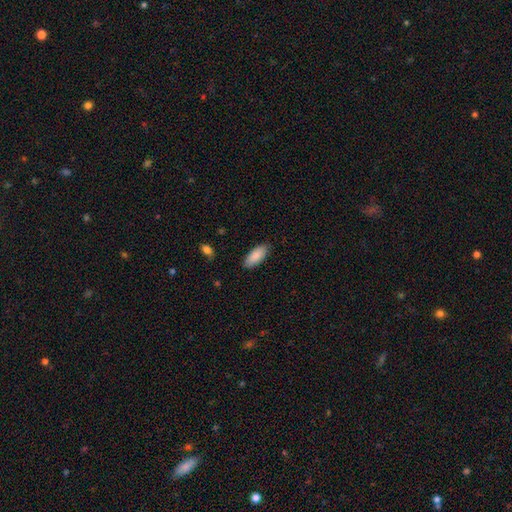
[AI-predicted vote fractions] Smooth or featured? smooth (88%)
How rounded? in between (84%)
Merging? none (87%)